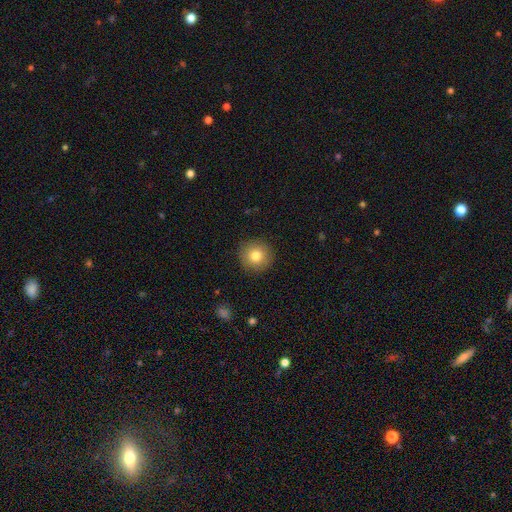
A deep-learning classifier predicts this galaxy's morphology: This is clearly a smooth galaxy (81%). How rounded: clearly round (94%). Merging: clearly none (91%).